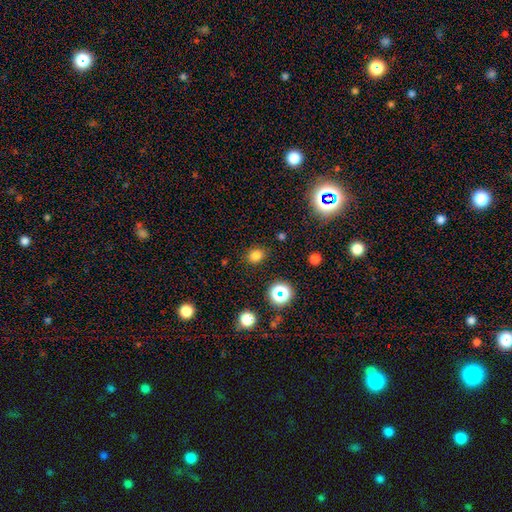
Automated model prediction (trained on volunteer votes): The model was most divided on "how rounded": round: 60%, in between: 39%, cigar-shaped: 1%. More confident: merging — none (85%); smooth or featured — smooth (77%).